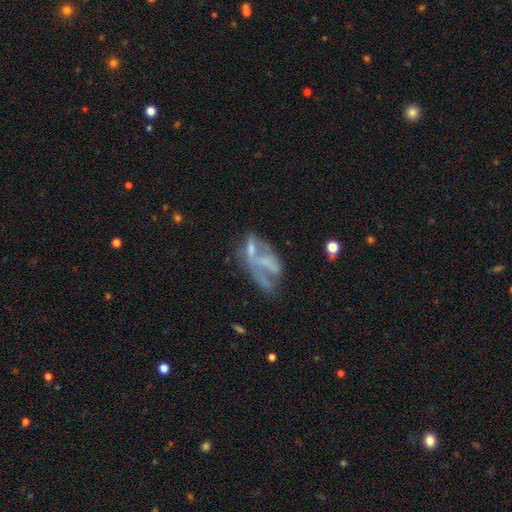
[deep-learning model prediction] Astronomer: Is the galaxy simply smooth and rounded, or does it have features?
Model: featured or disk — 60%.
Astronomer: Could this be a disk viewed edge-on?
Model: no — 94%.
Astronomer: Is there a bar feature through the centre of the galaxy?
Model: no — 77%.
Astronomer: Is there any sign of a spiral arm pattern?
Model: no — 80%.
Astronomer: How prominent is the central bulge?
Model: none — 67%.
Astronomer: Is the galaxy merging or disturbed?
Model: major disturbance — 33% (runner-up: merger, 27%).